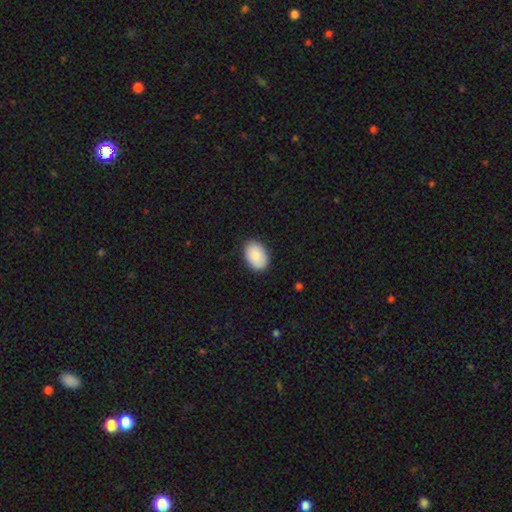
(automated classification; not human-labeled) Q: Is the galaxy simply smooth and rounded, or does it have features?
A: smooth — 89%.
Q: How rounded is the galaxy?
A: in between — 88%.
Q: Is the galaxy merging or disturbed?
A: none — 87%.